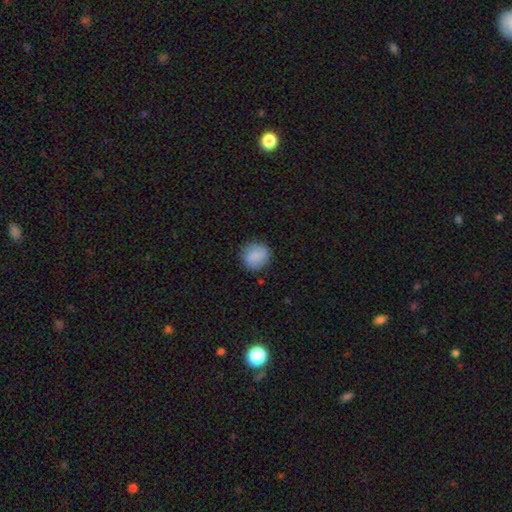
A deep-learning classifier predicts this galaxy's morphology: smooth-or-featured: smooth: 82% | featured or disk: 11% | star or artifact: 7%
  how-rounded: round: 89% | in between: 10% | cigar-shaped: 1%
  merging: none: 81% | minor disturbance: 14% | major disturbance: 4% | merger: 1%